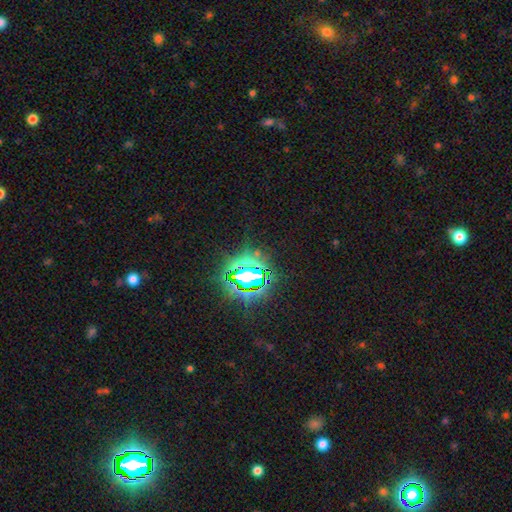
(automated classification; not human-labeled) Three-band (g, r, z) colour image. It shows a star or artifact, not a galaxy (77%).